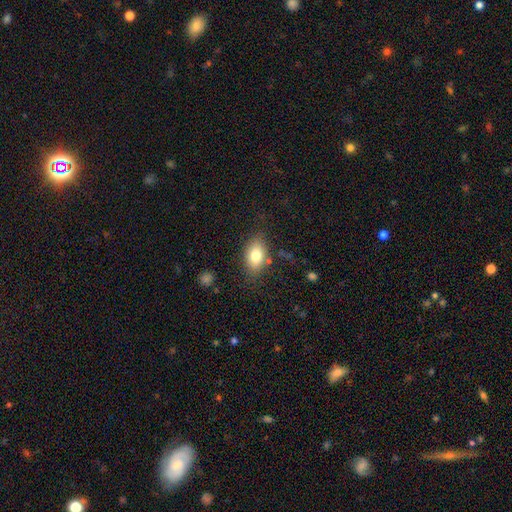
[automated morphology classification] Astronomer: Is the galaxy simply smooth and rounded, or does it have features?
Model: smooth — 77%.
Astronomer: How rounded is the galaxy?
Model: in between — 86%.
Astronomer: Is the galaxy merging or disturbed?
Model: none — 79%.